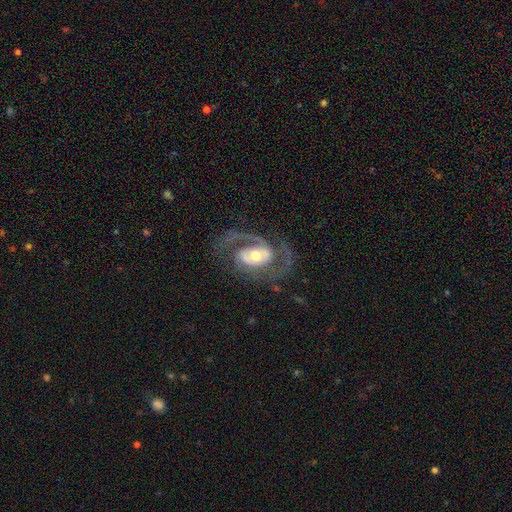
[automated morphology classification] Overall: featured or disk (88%). Edge-on disk: no (97%). Bar: no (46%; weak 35%). Spiral arms: yes (94%). Spiral arm count: 2 (80%). Spiral winding: medium (54%; tight 27%). Bulge size: moderate (66%). Merging: none (66%).